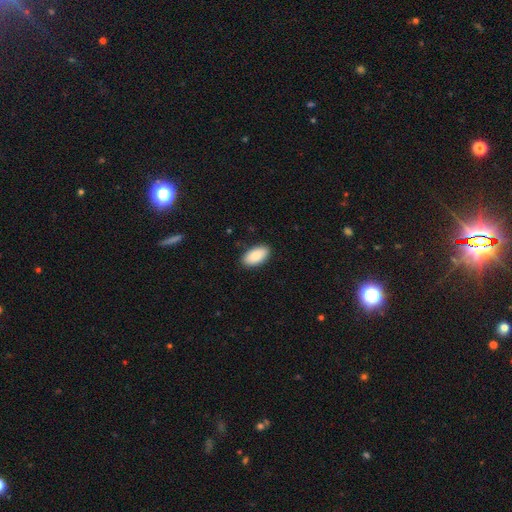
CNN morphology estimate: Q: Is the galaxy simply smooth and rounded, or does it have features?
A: smooth — 88%.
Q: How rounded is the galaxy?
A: in between — 95%.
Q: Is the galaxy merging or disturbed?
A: none — 88%.